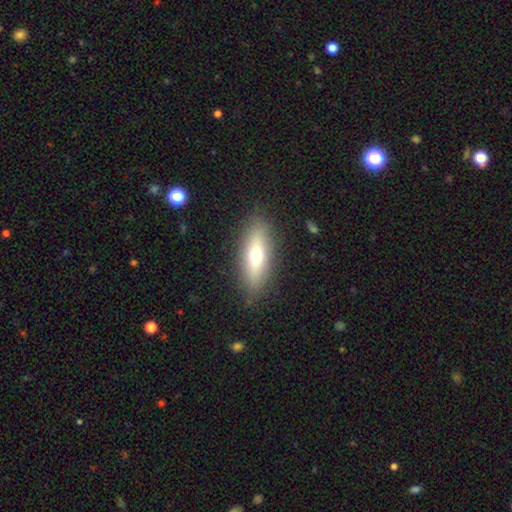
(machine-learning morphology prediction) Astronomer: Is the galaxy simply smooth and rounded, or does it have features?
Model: smooth — 60%.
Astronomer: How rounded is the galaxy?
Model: in between — 53% (runner-up: cigar-shaped, 44%).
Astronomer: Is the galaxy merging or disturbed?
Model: none — 87%.